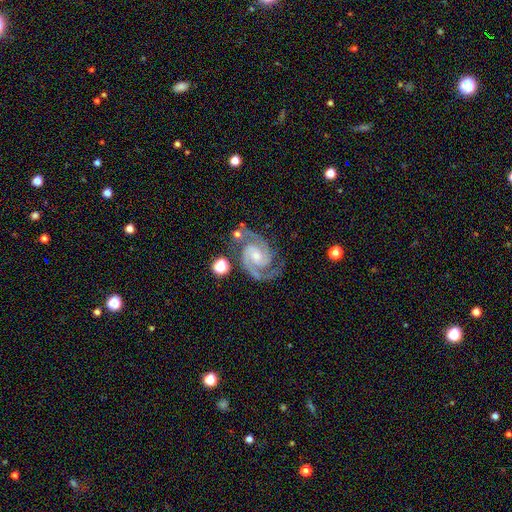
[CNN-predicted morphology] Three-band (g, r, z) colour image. It shows a featured or disk galaxy (92%) with no bar (49%), 2 (91%) medium (51%) spiral arms (99%) and a small central bulge (53%). Merging: none (73%).